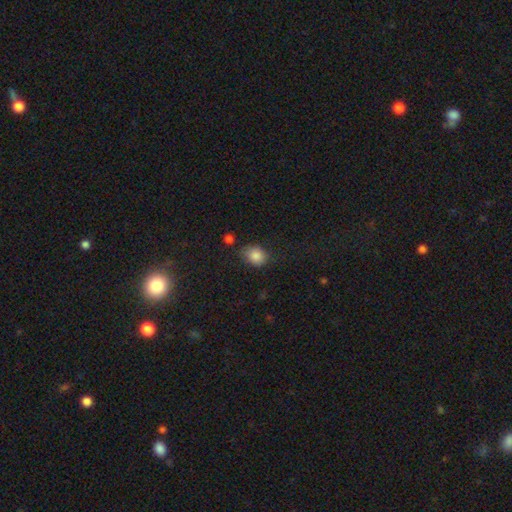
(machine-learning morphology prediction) smooth_or_featured: smooth (p=0.85) [alt: star or artifact p=0.10]
how_rounded: round (p=0.51) [alt: in between p=0.48]
merging: none (p=0.66) [alt: minor disturbance p=0.24]